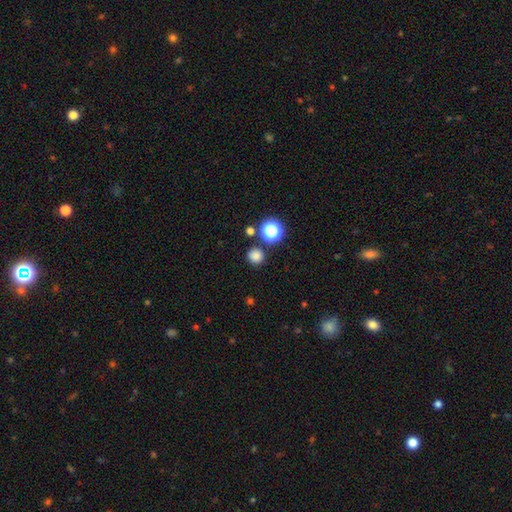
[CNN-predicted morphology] Overall: smooth (80%). How rounded: round (94%). Merging: none (85%).